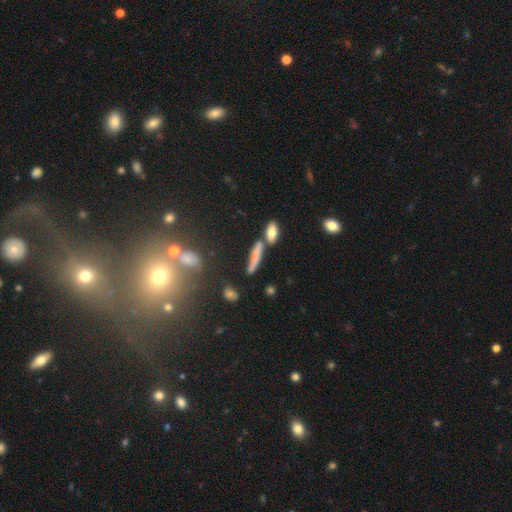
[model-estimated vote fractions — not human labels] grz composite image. It shows a smooth galaxy with no disk features (66%) that is cigar-shaped (79%). Merging: none (58%).